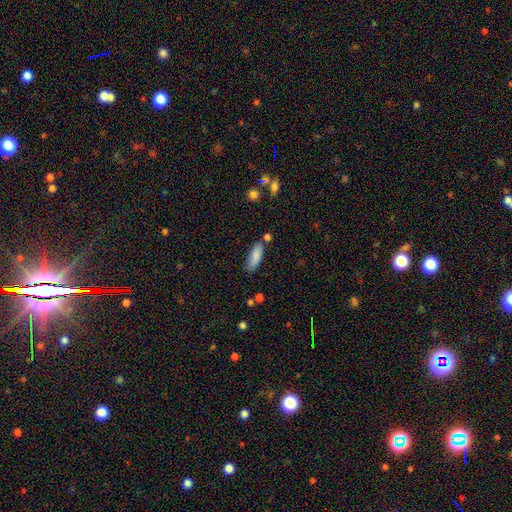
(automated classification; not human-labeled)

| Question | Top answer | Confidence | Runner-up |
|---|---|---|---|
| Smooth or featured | smooth | 86% | featured or disk (7%) |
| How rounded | in between | 61% | cigar-shaped (37%) |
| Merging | none | 69% | minor disturbance (19%) |